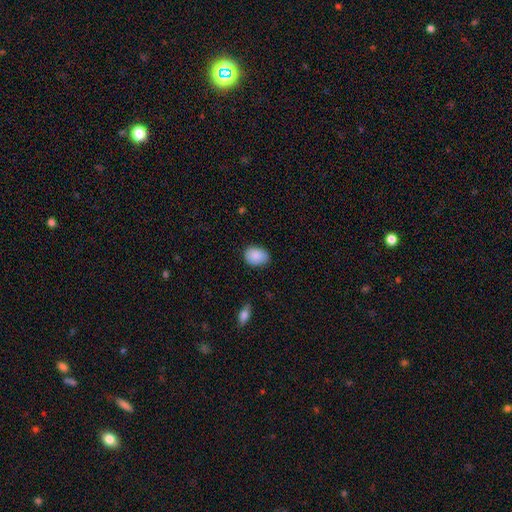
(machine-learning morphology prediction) Overall: smooth (89%). How rounded: in between (74%). Merging: none (79%).